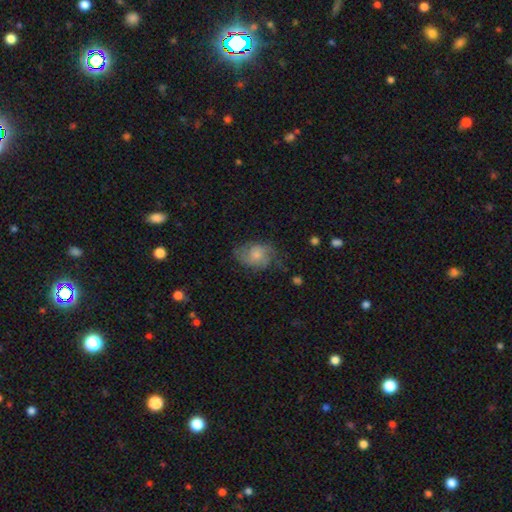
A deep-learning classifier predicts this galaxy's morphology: Smooth or featured: featured or disk — 51% (smooth — 38%)
Edge-on disk: no — 96% (yes — 4%)
Merging: none — 62% (minor disturbance — 24%)